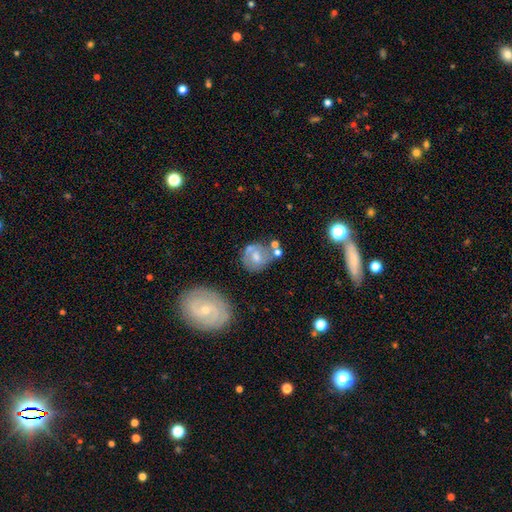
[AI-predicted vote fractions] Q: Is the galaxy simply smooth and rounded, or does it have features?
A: smooth — 46%.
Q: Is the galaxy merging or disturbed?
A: none — 45%.